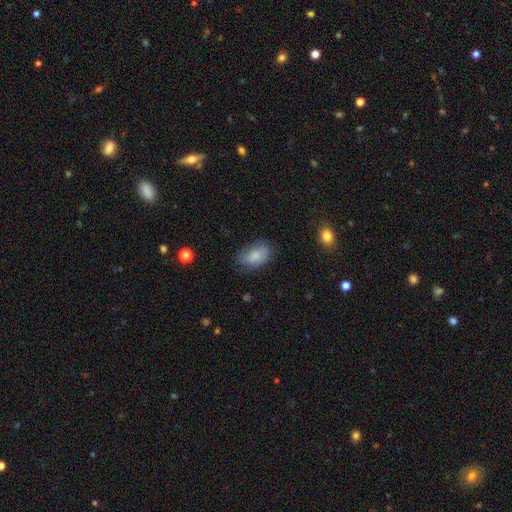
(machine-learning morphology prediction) Q: Smooth or featured?
A: smooth (83%); runner-up: featured or disk (9%)
Q: How rounded?
A: in between (90%); runner-up: round (9%)
Q: Merging?
A: none (70%); runner-up: minor disturbance (22%)